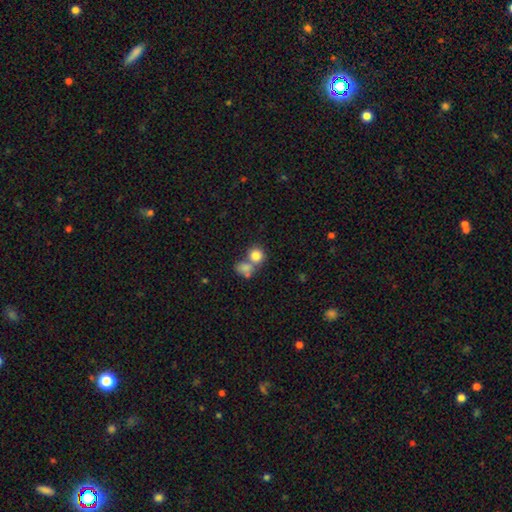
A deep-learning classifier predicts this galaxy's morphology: A smooth galaxy with no disk features (81%) that is round (82%).

Vote fractions:
- Smooth or featured? smooth: 81% / star or artifact: 10% / featured or disk: 9%
- How rounded? round: 82% / in between: 17% / cigar-shaped: 1%
- Merging? none: 46% / merger: 42% / minor disturbance: 8% / major disturbance: 4%